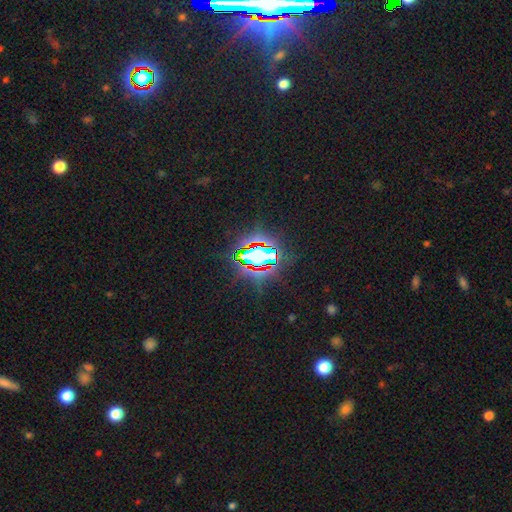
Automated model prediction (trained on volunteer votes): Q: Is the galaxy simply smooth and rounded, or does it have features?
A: star or artifact — 71%.